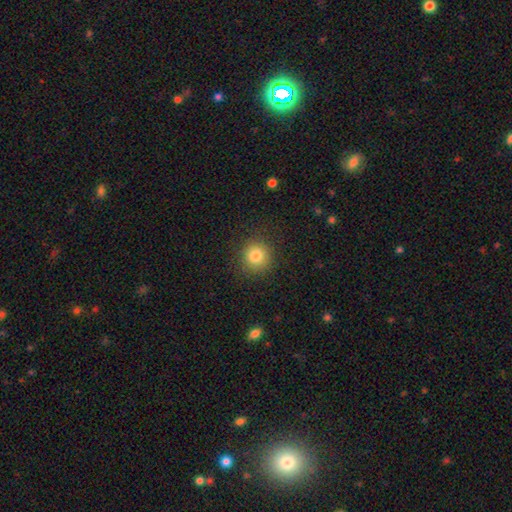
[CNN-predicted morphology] This is clearly a smooth galaxy (82%). How rounded: clearly round (92%). Merging: clearly none (88%).